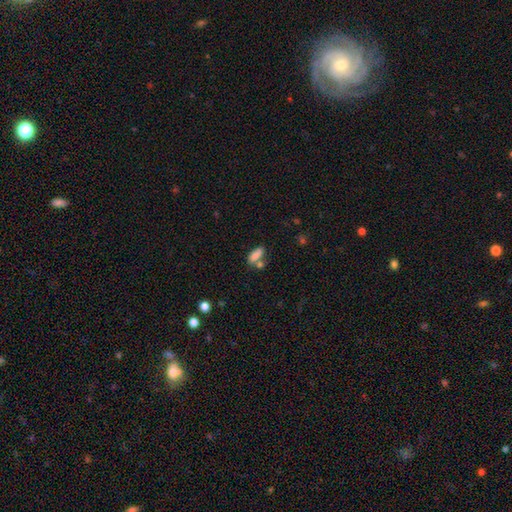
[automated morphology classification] Smooth or featured? smooth (80%)
How rounded? in between (74%)
Merging? none (47%)